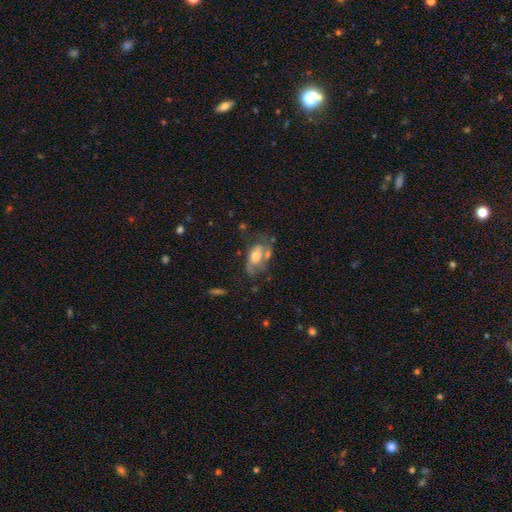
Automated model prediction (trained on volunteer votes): featured or disk 52%, smooth 40%, star or artifact 9%. Down the decision tree: edge-on disk — no (92%); merging — none (36%).